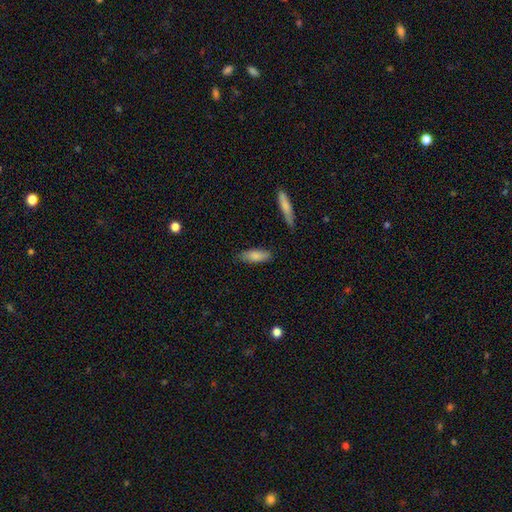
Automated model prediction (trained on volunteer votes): The model was most divided on "how rounded": in between: 60%, cigar-shaped: 38%, round: 2%. More confident: smooth or featured — smooth (82%); merging — none (82%).